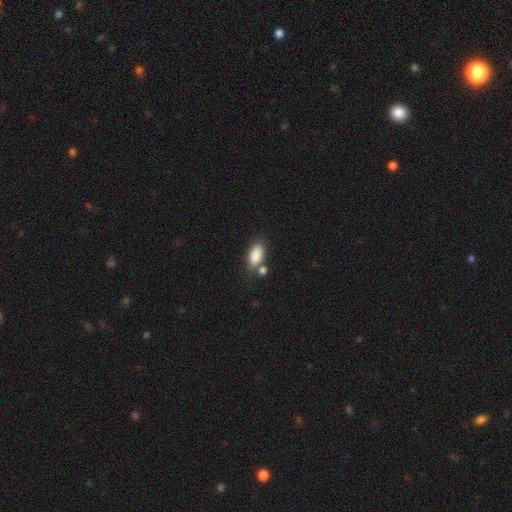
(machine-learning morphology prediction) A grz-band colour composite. It shows a smooth galaxy with no disk features (87%) that is in between round and cigar-shaped (90%). Merging: none (59%).